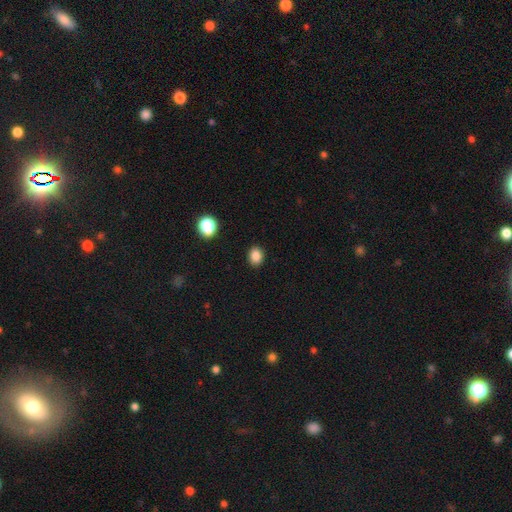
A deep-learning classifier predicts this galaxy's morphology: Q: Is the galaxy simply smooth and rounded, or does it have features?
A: smooth — 85%.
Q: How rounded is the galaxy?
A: round — 52%.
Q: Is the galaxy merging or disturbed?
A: none — 90%.